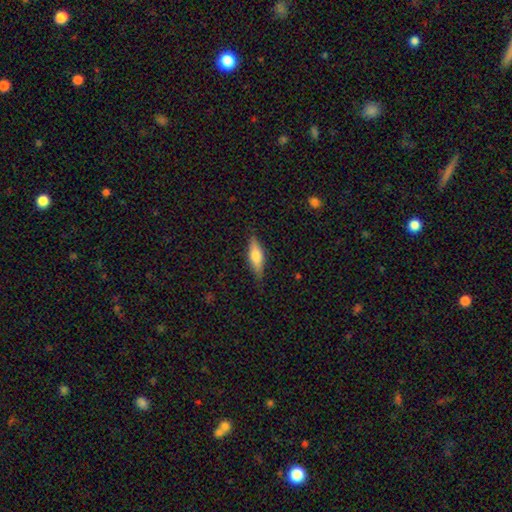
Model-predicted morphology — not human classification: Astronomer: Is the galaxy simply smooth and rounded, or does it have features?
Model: smooth — 59% (runner-up: featured or disk, 34%).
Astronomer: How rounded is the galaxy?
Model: in between — 53% (runner-up: cigar-shaped, 45%).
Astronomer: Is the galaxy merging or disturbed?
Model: none — 82%.